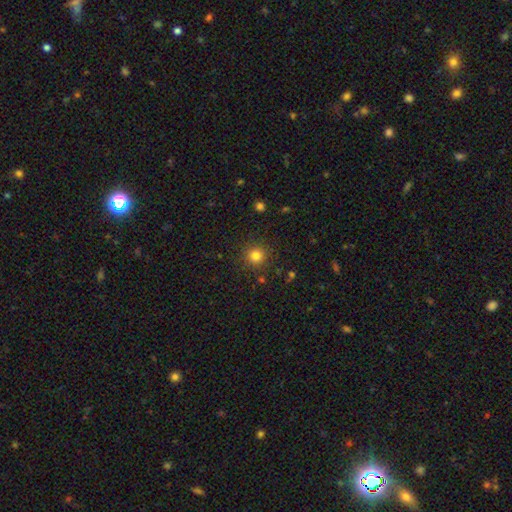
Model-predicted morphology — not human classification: Overall: smooth (80%). How rounded: round (94%). Merging: none (89%).